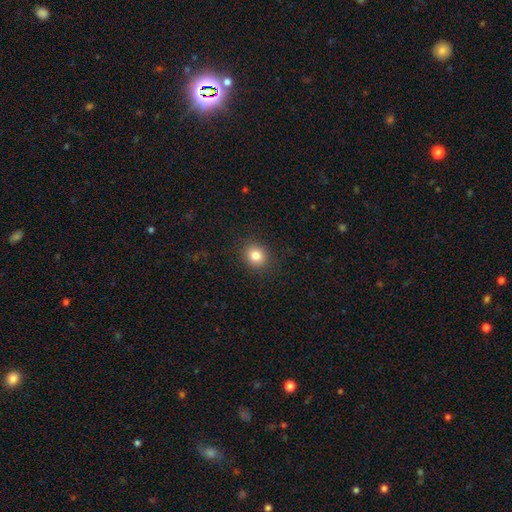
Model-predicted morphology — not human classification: Smooth or featured?
  - smooth: 82% *
  - star or artifact: 12%
  - featured or disk: 6%
How rounded?
  - round: 78% *
  - in between: 21%
  - cigar-shaped: 1%
Merging?
  - none: 89% *
  - minor disturbance: 7%
  - major disturbance: 3%
  - merger: 1%